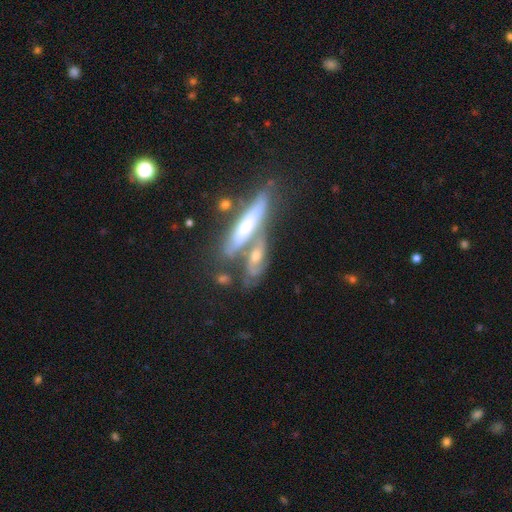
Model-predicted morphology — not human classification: A featured or disk galaxy (61%). Merging: merger (48%).